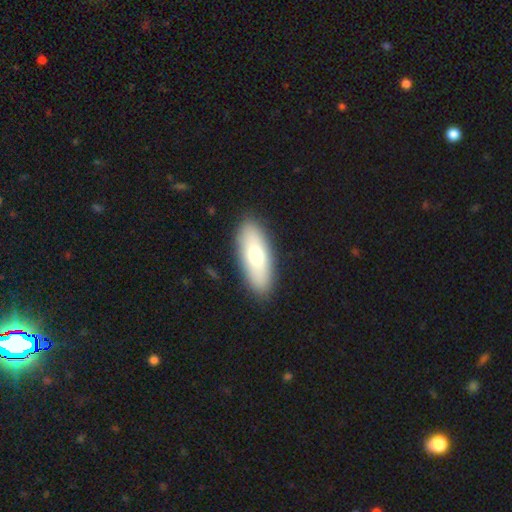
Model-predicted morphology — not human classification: Smooth or featured: smooth — 70% (featured or disk — 24%)
How rounded: in between — 73% (cigar-shaped — 24%)
Merging: none — 89% (minor disturbance — 8%)